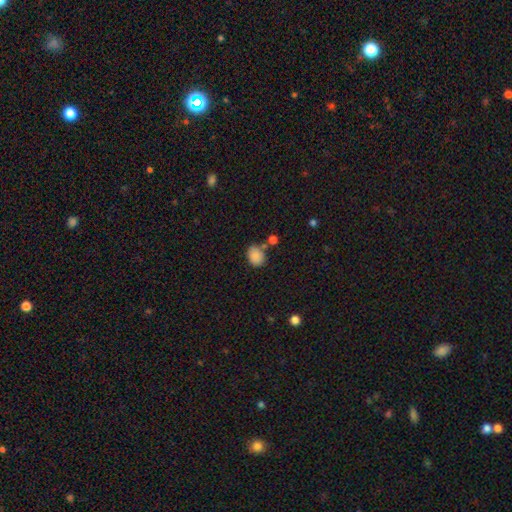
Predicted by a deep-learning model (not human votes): Morphology: type=smooth (85%); roundness=in between (55%); merging=none (65%).